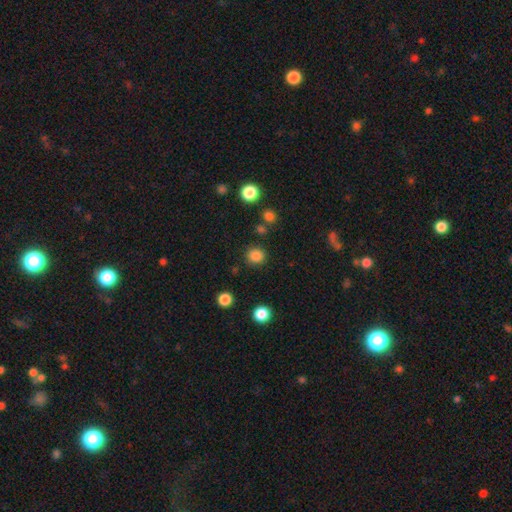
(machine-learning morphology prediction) This appears to be a smooth galaxy with no disk features (84%) that is round (90%). Merging: none (87%).